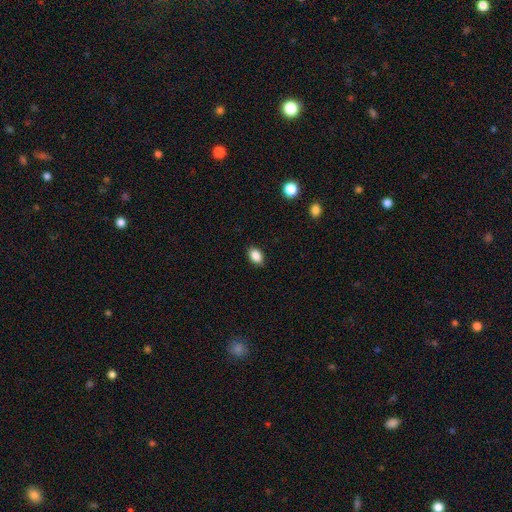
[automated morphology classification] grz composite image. It shows a smooth galaxy with no disk features (88%) that is in between round and cigar-shaped (84%). Merging: none (87%).